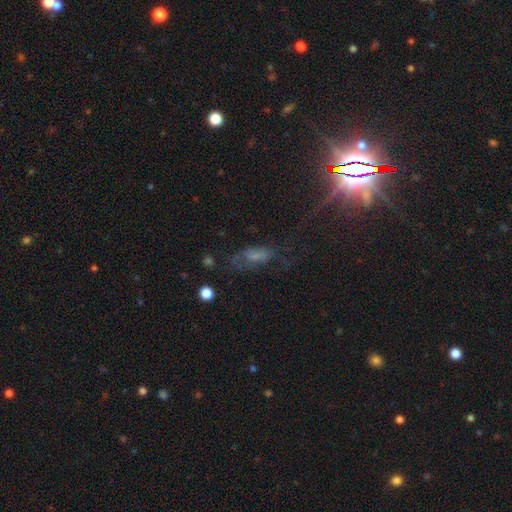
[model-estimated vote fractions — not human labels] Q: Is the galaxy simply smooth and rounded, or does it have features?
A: smooth — 39%.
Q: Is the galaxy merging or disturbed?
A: none — 47%.